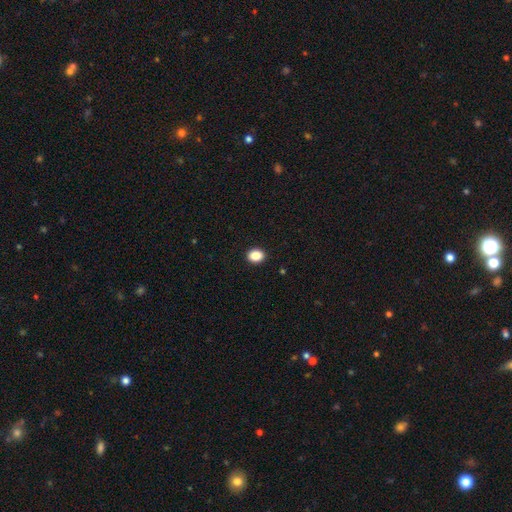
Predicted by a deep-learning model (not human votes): This is clearly a smooth galaxy (88%). How rounded: possibly round (50%). Merging: clearly none (92%).